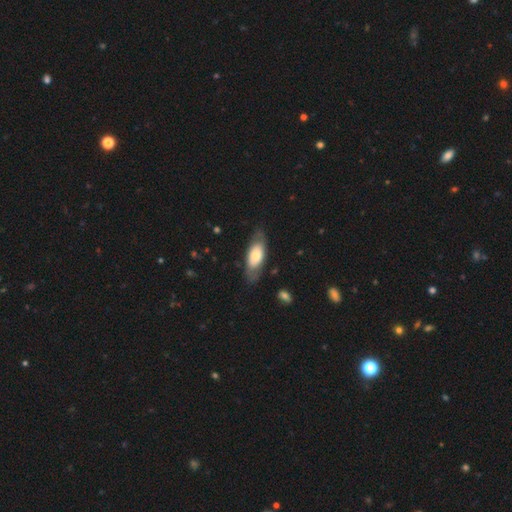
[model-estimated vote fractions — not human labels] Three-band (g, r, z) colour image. It shows a smooth galaxy with no disk features (60%) that is in between round and cigar-shaped (80%). Merging: none (74%).